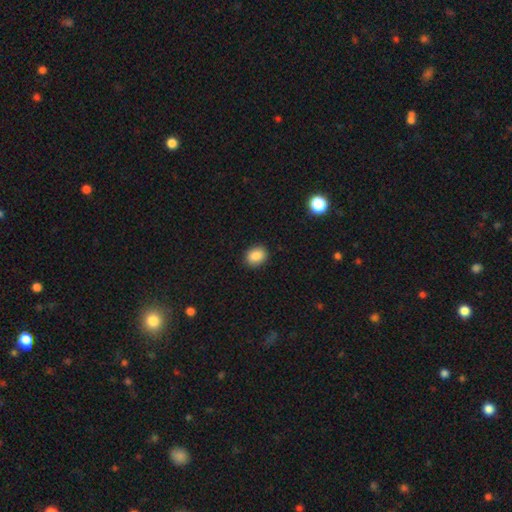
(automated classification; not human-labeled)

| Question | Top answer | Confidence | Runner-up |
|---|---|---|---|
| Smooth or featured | smooth | 87% | star or artifact (9%) |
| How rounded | in between | 52% | round (47%) |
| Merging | none | 89% | minor disturbance (8%) |